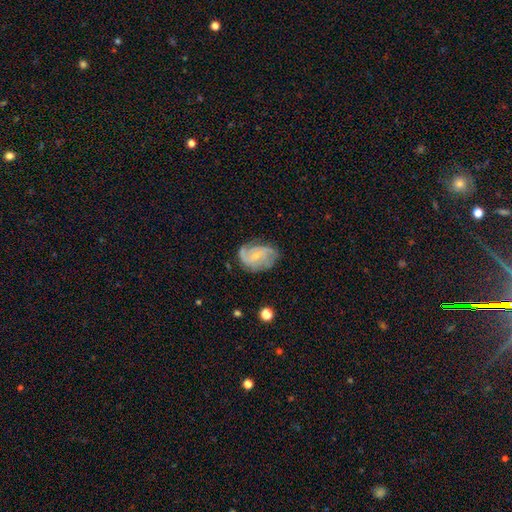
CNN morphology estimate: featured or disk 78%, smooth 15%, star or artifact 6%. Down the decision tree: edge-on disk — no (98%); bar — no (49%); spiral arms — yes (94%); spiral arm count — 2 (46%); spiral winding — medium (46%); bulge size — small (73%); merging — none (63%).